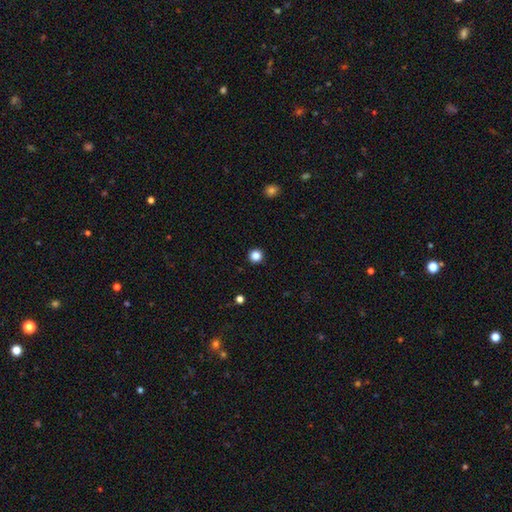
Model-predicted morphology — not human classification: smooth 85%, star or artifact 12%, featured or disk 3%. Down the decision tree: how rounded — round (96%); merging — none (93%).